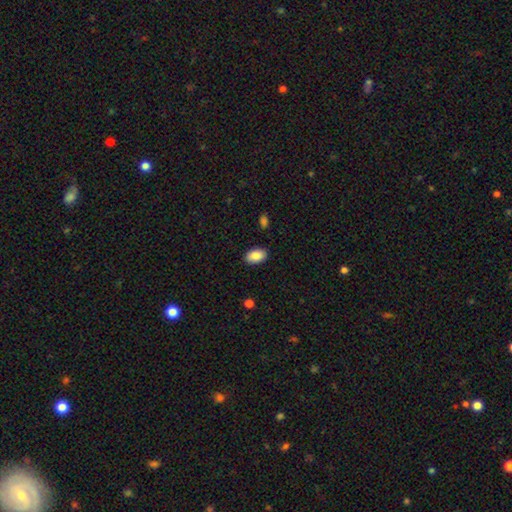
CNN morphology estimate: This appears to be a smooth galaxy with no disk features (88%) that is in between round and cigar-shaped (92%). Merging: none (89%).